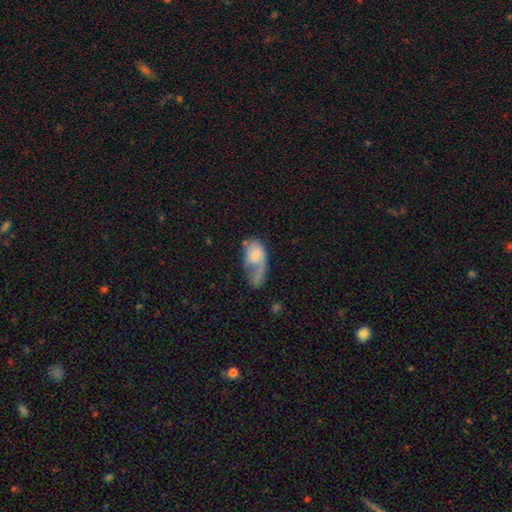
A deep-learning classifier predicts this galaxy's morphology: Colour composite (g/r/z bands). It shows a smooth galaxy with no disk features (52%) that is in between round and cigar-shaped (91%). Merging: major disturbance (44%).